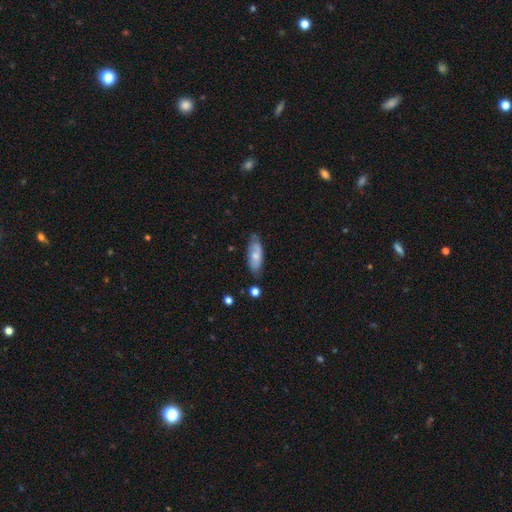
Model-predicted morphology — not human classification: A smooth galaxy with no disk features (59%) that is in between round and cigar-shaped (79%). Merging: none (67%).